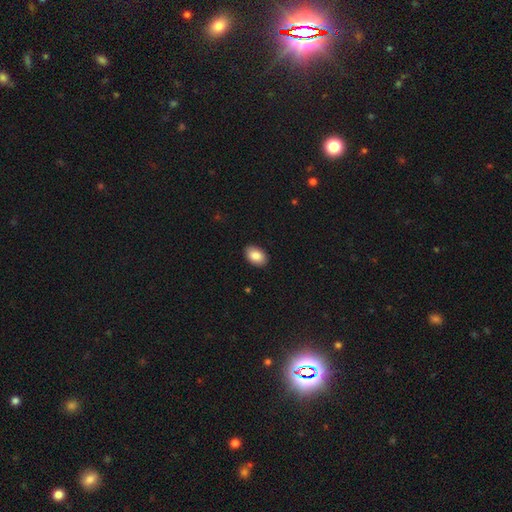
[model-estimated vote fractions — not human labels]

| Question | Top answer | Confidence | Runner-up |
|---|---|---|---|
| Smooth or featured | smooth | 88% | star or artifact (7%) |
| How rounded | in between | 91% | round (8%) |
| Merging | none | 89% | minor disturbance (8%) |